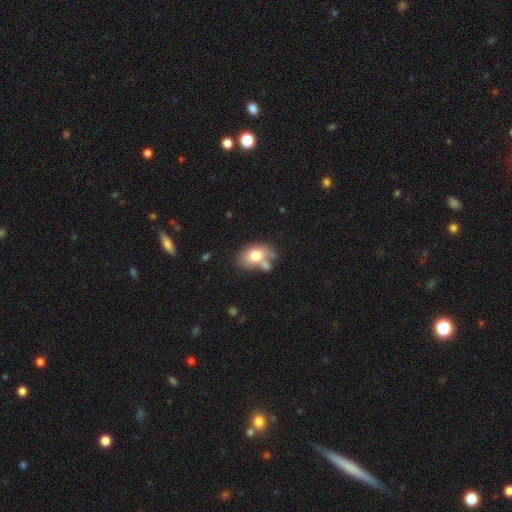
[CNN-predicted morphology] A smooth galaxy with no disk features (72%) that is in between round and cigar-shaped (81%). Merging: none (43%).